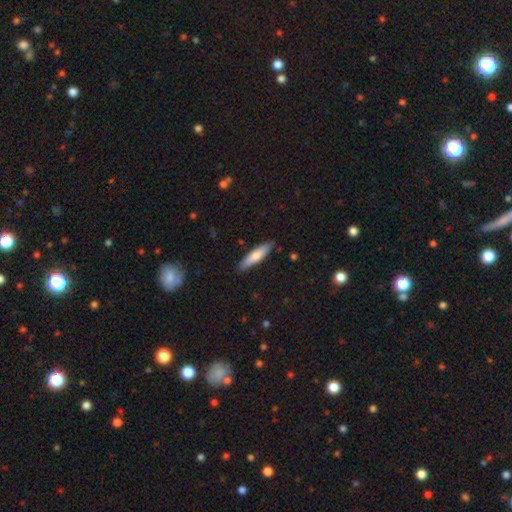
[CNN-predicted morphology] Smooth or featured: smooth — 73% (featured or disk — 22%)
How rounded: cigar-shaped — 72% (in between — 26%)
Merging: none — 87% (minor disturbance — 10%)